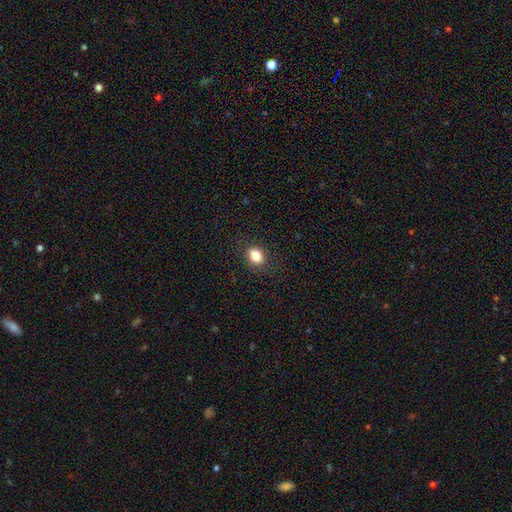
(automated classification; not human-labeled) smooth-or-featured: smooth: 84% | star or artifact: 10% | featured or disk: 6%
  how-rounded: in between: 69% | round: 30% | cigar-shaped: 1%
  merging: none: 87% | minor disturbance: 9% | major disturbance: 3% | merger: 1%